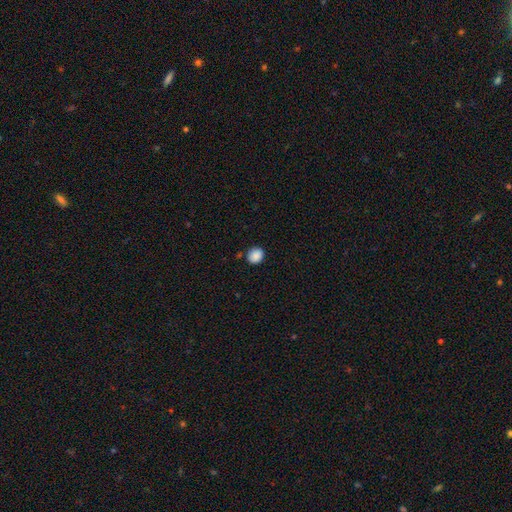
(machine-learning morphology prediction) Q: Smooth or featured?
A: smooth (89%); runner-up: star or artifact (8%)
Q: How rounded?
A: round (66%); runner-up: in between (33%)
Q: Merging?
A: none (84%); runner-up: minor disturbance (11%)